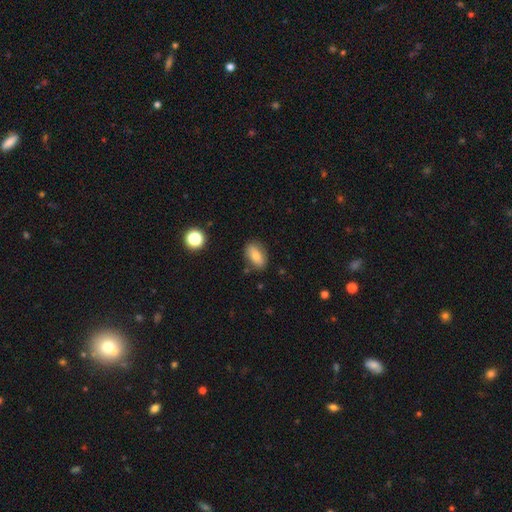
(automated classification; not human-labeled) Smooth or featured? smooth (73%)
How rounded? in between (87%)
Merging? none (81%)